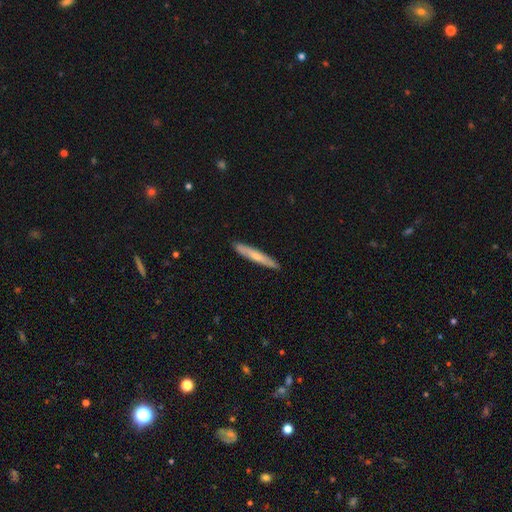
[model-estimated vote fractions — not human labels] A smooth galaxy with no disk features (61%) that is cigar-shaped (95%).

Vote fractions:
- Smooth or featured? smooth: 61% / featured or disk: 33% / star or artifact: 6%
- How rounded? cigar-shaped: 95% / in between: 4% / round: 1%
- Merging? none: 90% / minor disturbance: 8% / major disturbance: 1% / merger: 1%